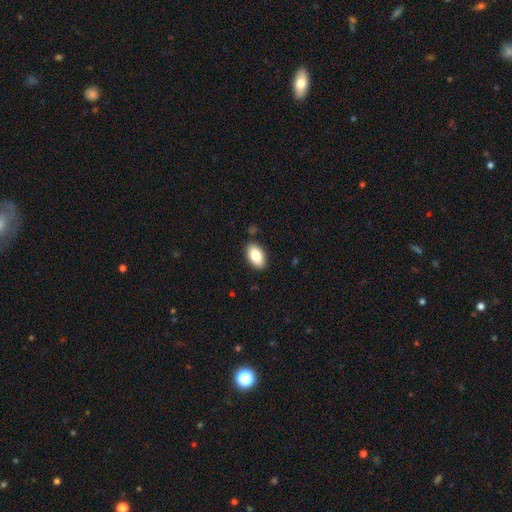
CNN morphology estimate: This is clearly a smooth galaxy (82%). How rounded: clearly in between (93%). Merging: clearly none (88%).